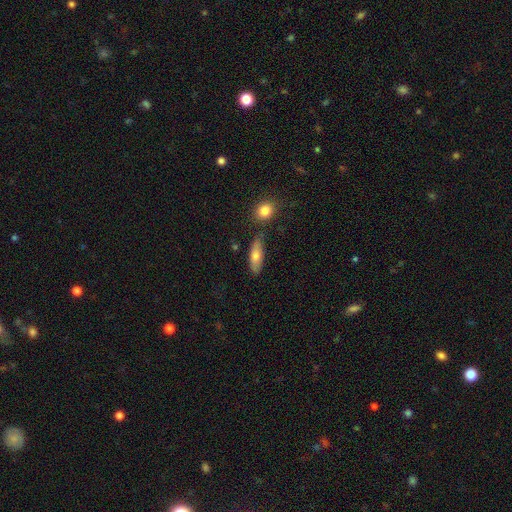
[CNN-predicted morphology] Smooth or featured?
  - smooth: 74% *
  - featured or disk: 19%
  - star or artifact: 7%
How rounded?
  - in between: 64% *
  - cigar-shaped: 33%
  - round: 3%
Merging?
  - none: 72% *
  - minor disturbance: 17%
  - merger: 7%
  - major disturbance: 4%